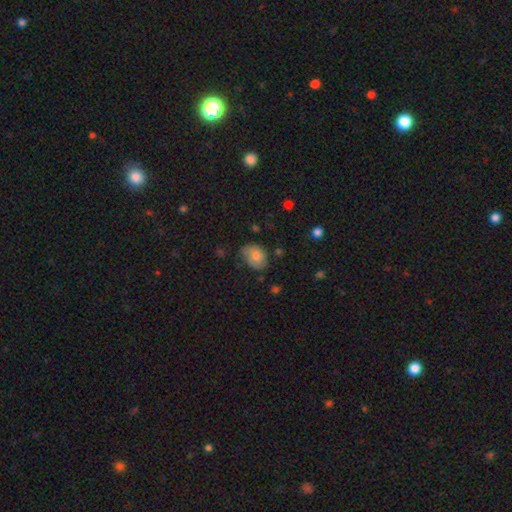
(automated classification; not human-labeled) Smooth or featured: smooth — 75% (featured or disk — 16%)
How rounded: in between — 65% (round — 34%)
Merging: none — 58% (minor disturbance — 31%)